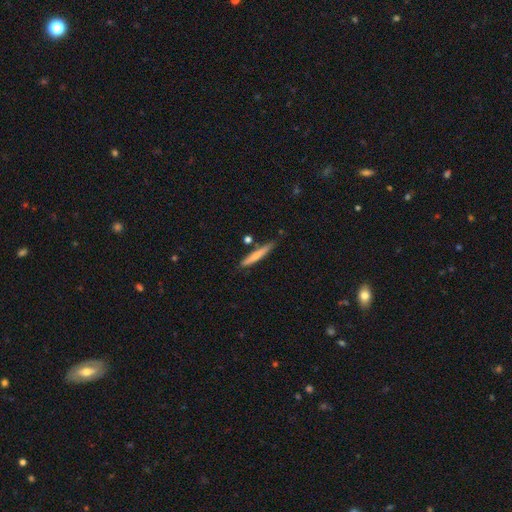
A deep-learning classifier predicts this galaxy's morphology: Smooth or featured?
  - smooth: 68% *
  - featured or disk: 27%
  - star or artifact: 6%
How rounded?
  - cigar-shaped: 94% *
  - in between: 5%
  - round: 1%
Merging?
  - none: 79% *
  - minor disturbance: 13%
  - merger: 5%
  - major disturbance: 2%